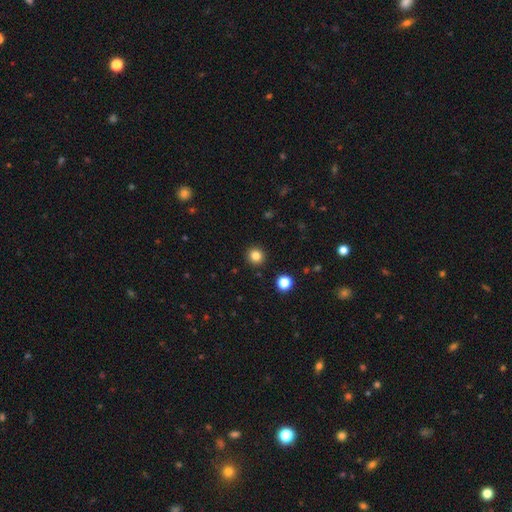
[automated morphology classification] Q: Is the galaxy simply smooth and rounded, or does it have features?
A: smooth — 83%.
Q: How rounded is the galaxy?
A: round — 92%.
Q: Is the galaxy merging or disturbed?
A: none — 92%.